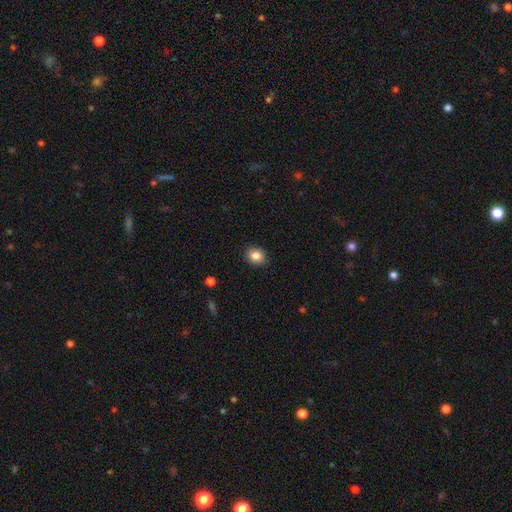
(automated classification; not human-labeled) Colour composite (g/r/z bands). It shows a smooth galaxy with no disk features (85%) that is in between round and cigar-shaped (52%). Merging: none (89%).